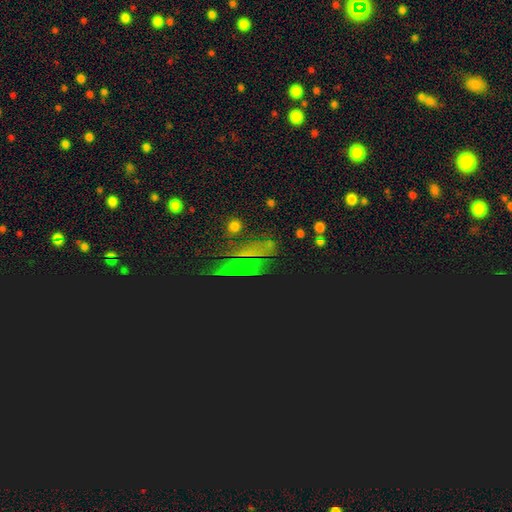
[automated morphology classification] A star or artifact, not a galaxy (67%).

Vote fractions:
- Smooth or featured? star or artifact: 67% / smooth: 22% / featured or disk: 11%